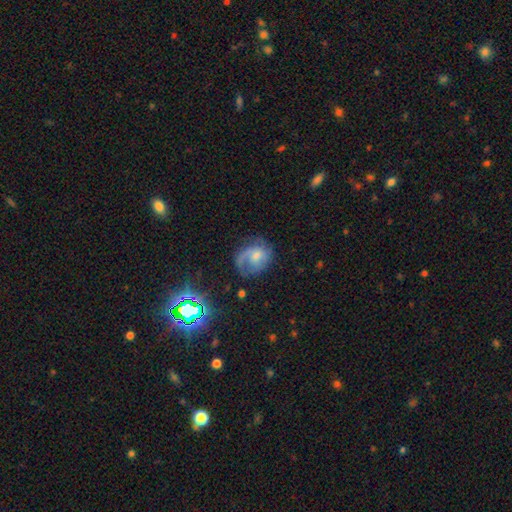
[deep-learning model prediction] smooth-or-featured: featured or disk: 61% | smooth: 26% | star or artifact: 13%
  disk-edge-on: no: 97% | yes: 3%
    bar: no: 67% | weak: 28% | strong: 5%
    has-spiral-arms: yes: 85% | no: 15%
      spiral-winding: medium: 40% | tight: 34% | loose: 25%
      spiral-arm-count: 1: 55% | 2: 24% | can't tell: 15% | 3: 3% | 4: 1% | more than 4: 1%
    bulge-size: small: 46% | moderate: 41% | none: 8% | large: 4% | dominant: 1%
  merging: none: 53% | minor disturbance: 23% | major disturbance: 22% | merger: 2%